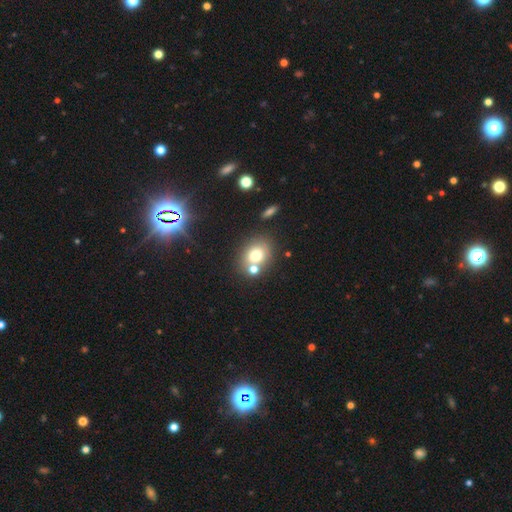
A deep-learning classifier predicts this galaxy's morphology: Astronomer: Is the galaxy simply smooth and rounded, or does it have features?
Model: smooth — 71%.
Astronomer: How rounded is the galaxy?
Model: round — 57% (runner-up: in between, 42%).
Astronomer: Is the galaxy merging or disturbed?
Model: none — 59%.